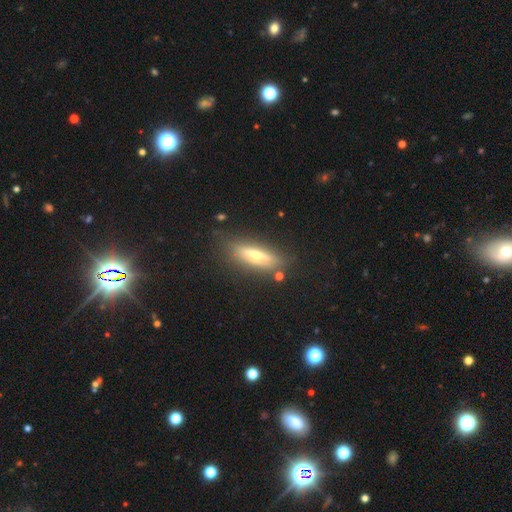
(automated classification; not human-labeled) Overall: featured or disk (58%; smooth 35%). Edge-on disk: yes (87%). Edge-on bulge: rounded (83%). Merging: none (80%).